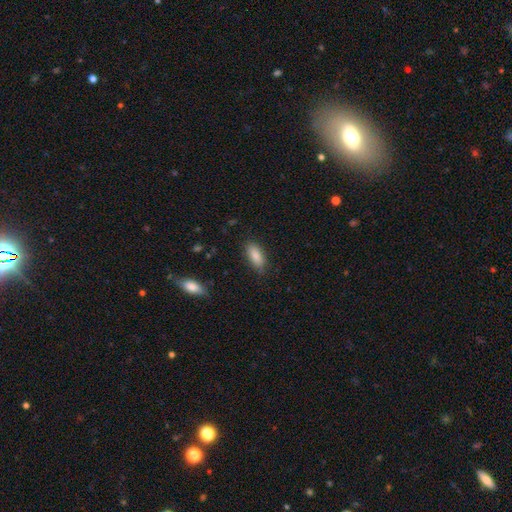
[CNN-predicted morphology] This appears to be a smooth galaxy with no disk features (86%) that is in between round and cigar-shaped (82%). Merging: none (81%).